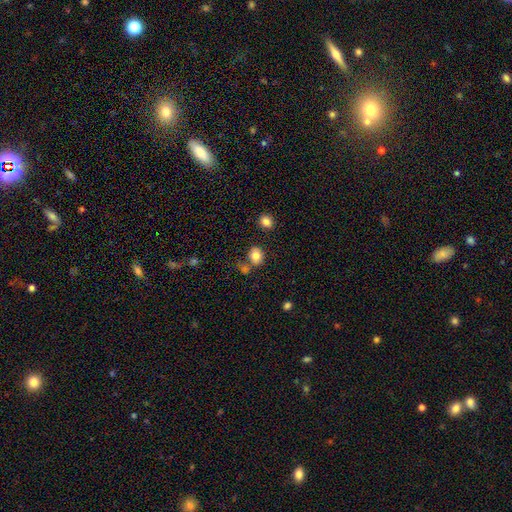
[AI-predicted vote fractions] smooth 82%, star or artifact 10%, featured or disk 8%. Down the decision tree: how rounded — round (57%); merging — none (69%).